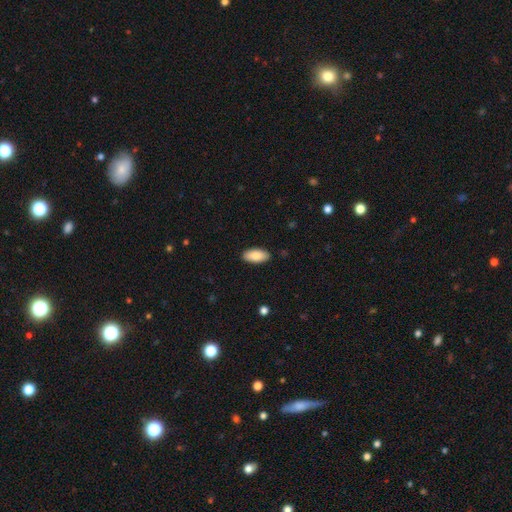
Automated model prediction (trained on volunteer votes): Q: Smooth or featured?
A: smooth (87%); runner-up: featured or disk (7%)
Q: How rounded?
A: in between (91%); runner-up: cigar-shaped (7%)
Q: Merging?
A: none (89%); runner-up: minor disturbance (9%)